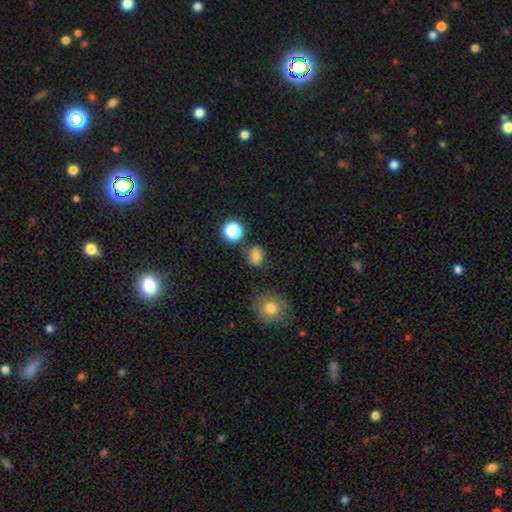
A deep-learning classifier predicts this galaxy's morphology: This is likely a smooth galaxy (75%). How rounded: possibly round (57%). Merging: likely none (78%).